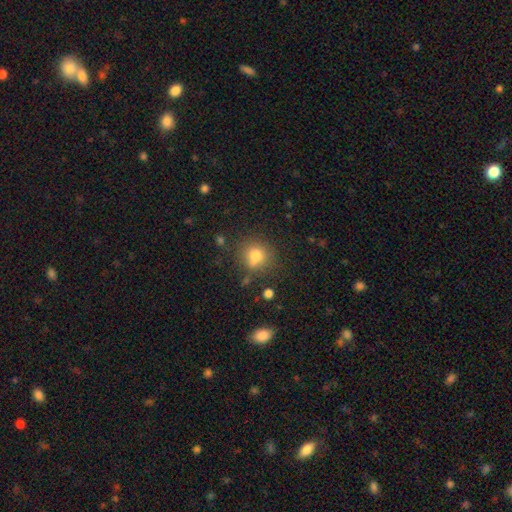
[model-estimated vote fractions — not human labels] The model was most divided on "merging": none: 65%, minor disturbance: 16%, merger: 13%, major disturbance: 6%. More confident: how rounded — round (85%); smooth or featured — smooth (76%).